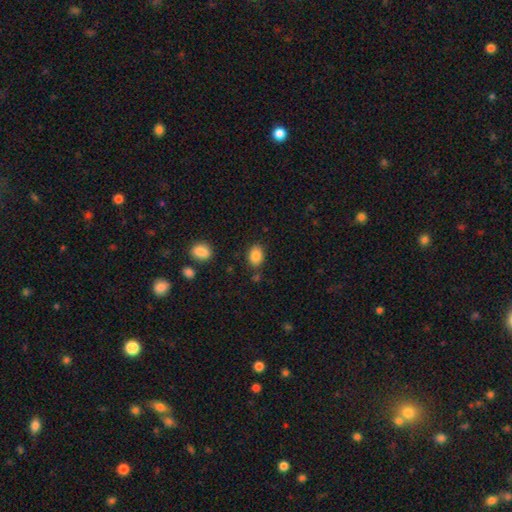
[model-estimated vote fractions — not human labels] smooth-or-featured: smooth: 86% | star or artifact: 9% | featured or disk: 5%
  how-rounded: in between: 74% | round: 25% | cigar-shaped: 1%
  merging: none: 78% | minor disturbance: 13% | merger: 5% | major disturbance: 4%